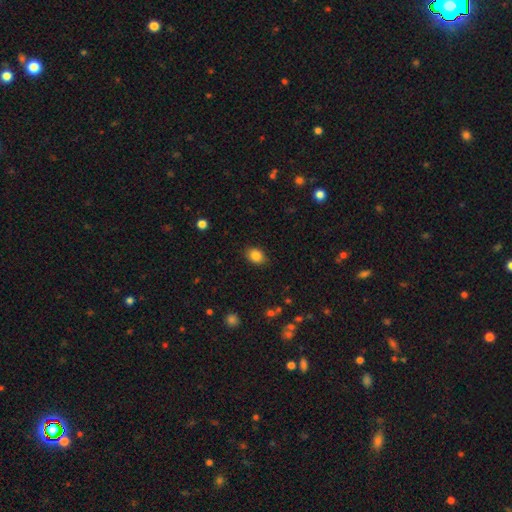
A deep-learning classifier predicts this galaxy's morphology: Smooth or featured? Predicted: smooth (p=0.85). How rounded? Predicted: in between (p=0.62). Merging? Predicted: none (p=0.84).